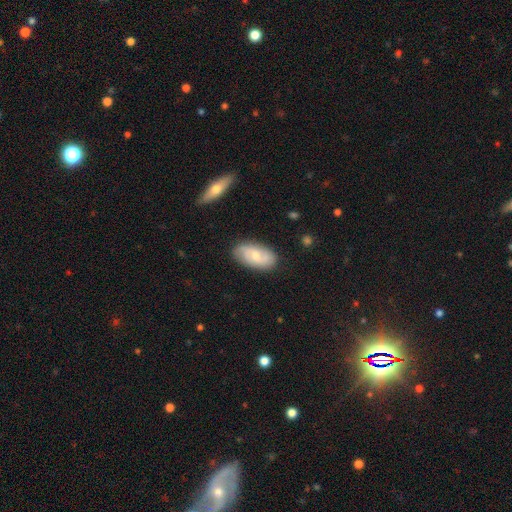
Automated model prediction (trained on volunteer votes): smooth_or_featured: featured or disk (p=0.52) [alt: smooth p=0.42]
disk_edge_on: no (p=0.93) [alt: yes p=0.07]
merging: none (p=0.81) [alt: minor disturbance p=0.14]